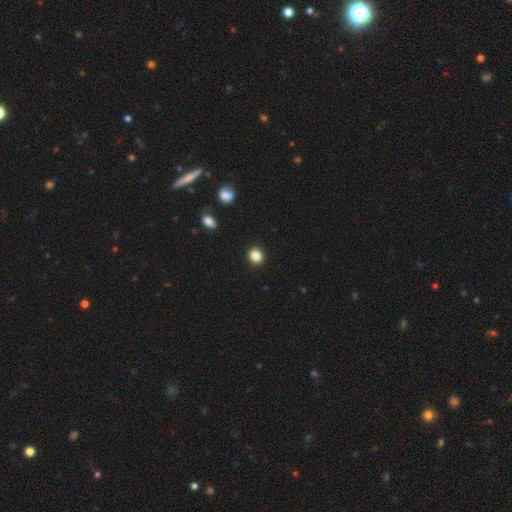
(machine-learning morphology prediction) The model was most divided on "smooth or featured": smooth: 85%, star or artifact: 11%, featured or disk: 4%. More confident: merging — none (93%); how rounded — round (89%).